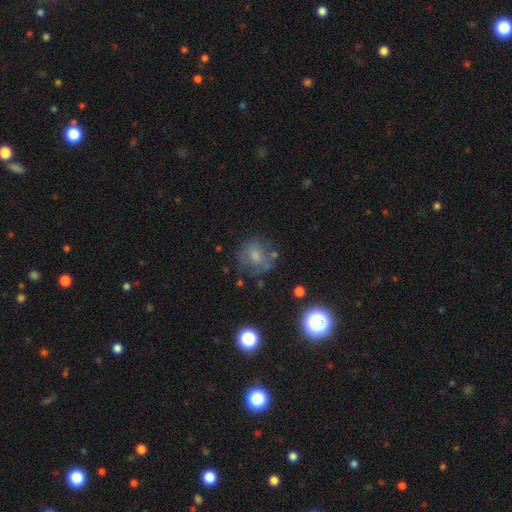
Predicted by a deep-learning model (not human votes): The model was most divided on "smooth or featured": smooth: 53%, featured or disk: 31%, star or artifact: 16%. More confident: how rounded — round (76%); merging — none (63%).